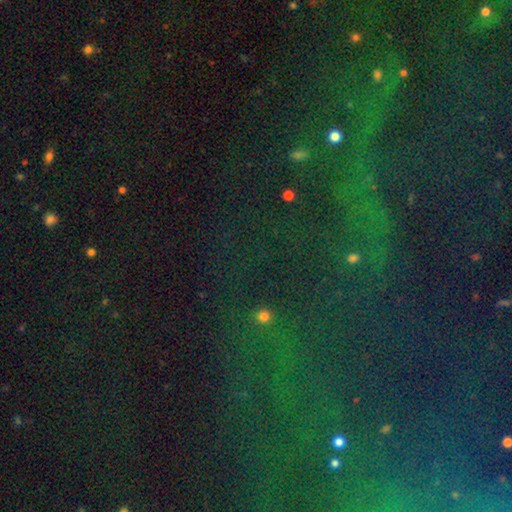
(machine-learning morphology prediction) smooth_or_featured: star or artifact (p=0.77) [alt: smooth p=0.14]